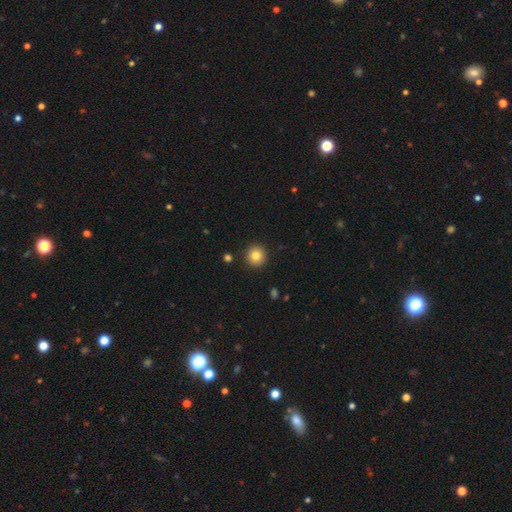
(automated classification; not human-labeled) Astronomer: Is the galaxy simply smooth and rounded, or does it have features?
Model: smooth — 82%.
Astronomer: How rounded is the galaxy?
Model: round — 94%.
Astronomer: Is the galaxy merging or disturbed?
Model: none — 92%.